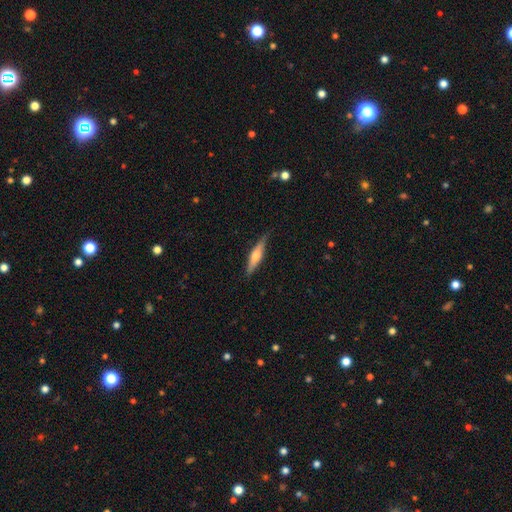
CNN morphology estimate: The model was most divided on "smooth or featured": featured or disk: 56%, smooth: 39%, star or artifact: 6%. More confident: edge-on disk — yes (95%); edge-on bulge — rounded (91%); merging — none (85%).